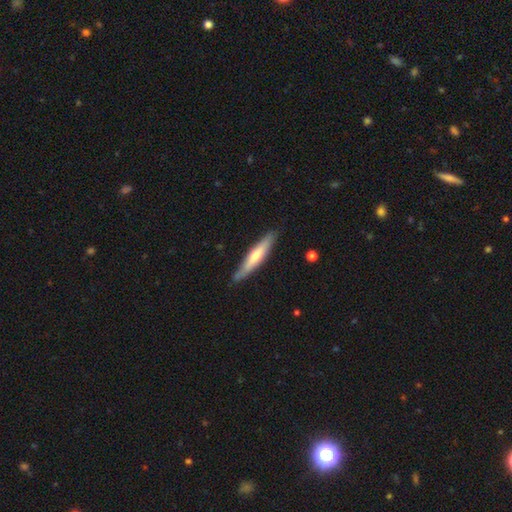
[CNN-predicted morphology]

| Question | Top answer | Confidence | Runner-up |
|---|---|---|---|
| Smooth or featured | featured or disk | 49% | smooth (46%) |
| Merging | none | 85% | minor disturbance (12%) |